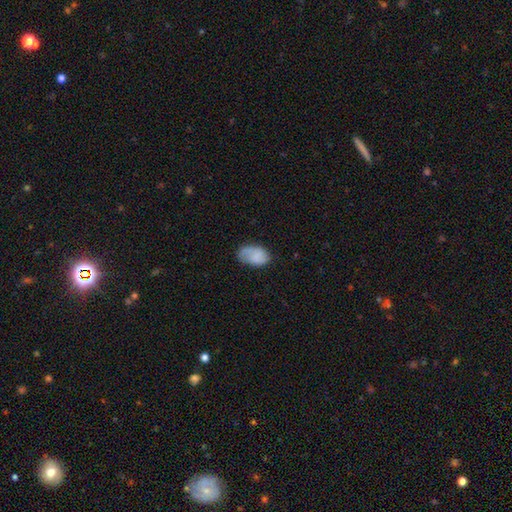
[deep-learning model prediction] This is likely a smooth galaxy (75%). How rounded: clearly in between (89%). Merging: possibly none (50%).